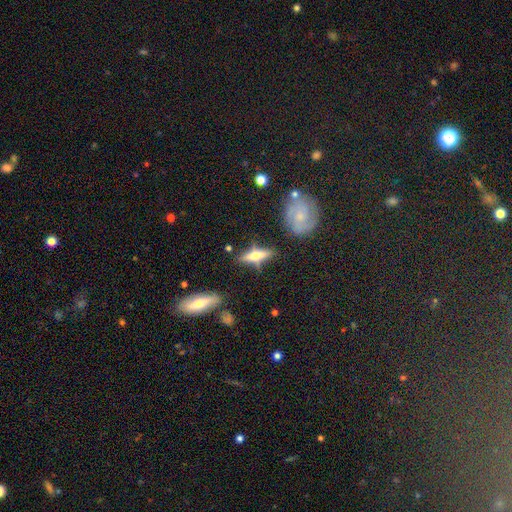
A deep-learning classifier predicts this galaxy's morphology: smooth_or_featured: featured or disk (p=0.56) [alt: smooth p=0.36]
disk_edge_on: yes (p=0.88) [alt: no p=0.12]
merging: none (p=0.76) [alt: minor disturbance p=0.14]